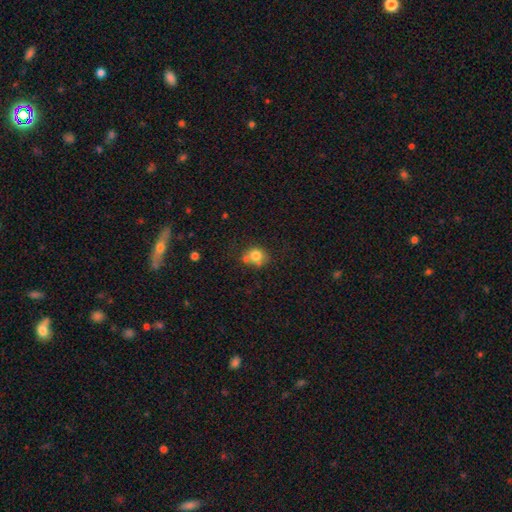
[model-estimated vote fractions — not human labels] Overall: smooth (77%). How rounded: round (73%). Merging: none (51%; merger 21%).